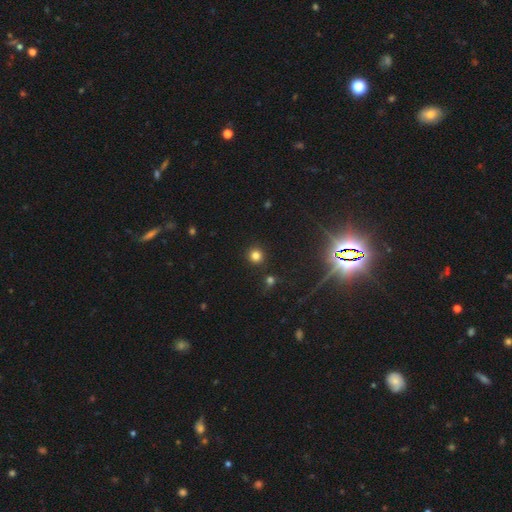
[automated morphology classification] This appears to be a smooth galaxy with no disk features (78%) that is round (94%). Merging: none (88%).